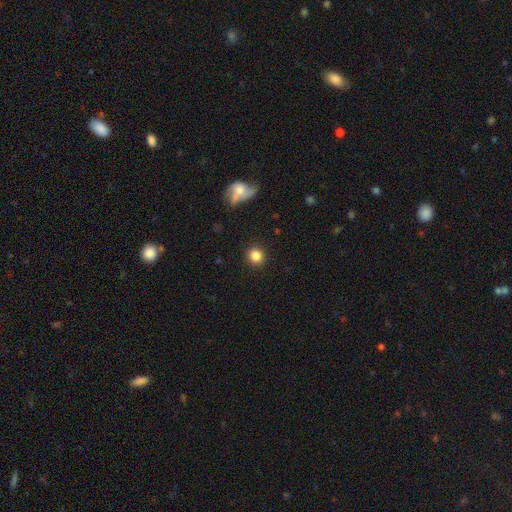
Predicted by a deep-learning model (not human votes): Smooth or featured? smooth (85%)
How rounded? round (89%)
Merging? none (90%)